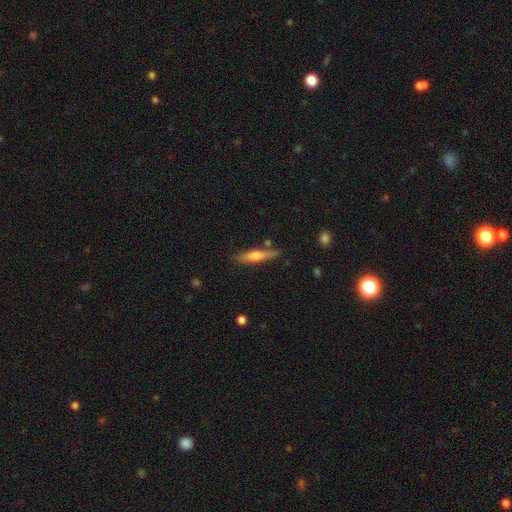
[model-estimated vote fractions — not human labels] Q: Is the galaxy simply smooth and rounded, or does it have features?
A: smooth — 53%.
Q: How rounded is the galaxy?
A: cigar-shaped — 82%.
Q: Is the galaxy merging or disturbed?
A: none — 79%.